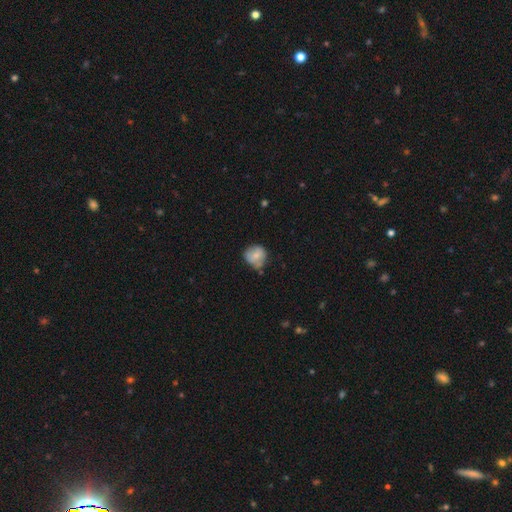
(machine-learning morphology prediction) Smooth or featured? Predicted: smooth (p=0.68). How rounded? Predicted: round (p=0.80). Merging? Predicted: none (p=0.54).